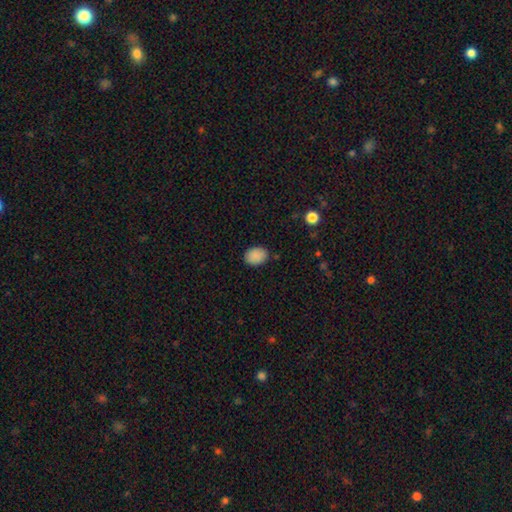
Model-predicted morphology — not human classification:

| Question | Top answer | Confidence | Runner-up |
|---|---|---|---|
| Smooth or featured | smooth | 88% | star or artifact (8%) |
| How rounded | in between | 64% | round (35%) |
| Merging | none | 84% | minor disturbance (12%) |